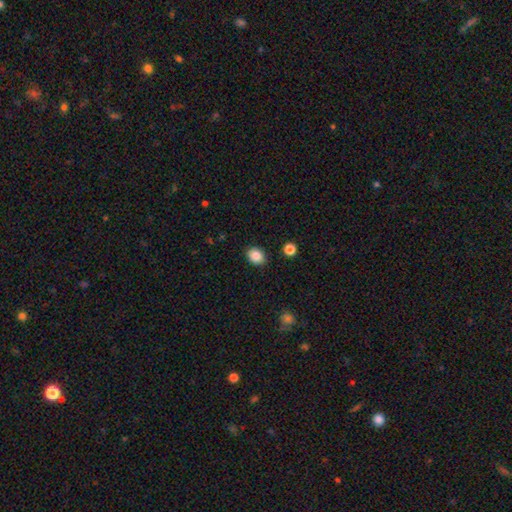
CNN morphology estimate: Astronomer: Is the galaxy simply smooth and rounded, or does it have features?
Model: smooth — 87%.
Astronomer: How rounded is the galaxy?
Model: in between — 56% (runner-up: round, 43%).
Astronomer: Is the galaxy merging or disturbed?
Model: none — 88%.